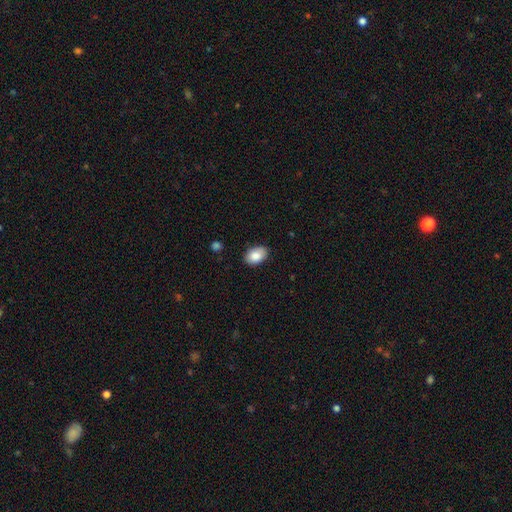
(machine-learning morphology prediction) This appears to be a smooth galaxy with no disk features (87%) that is in between round and cigar-shaped (88%). Merging: none (85%).